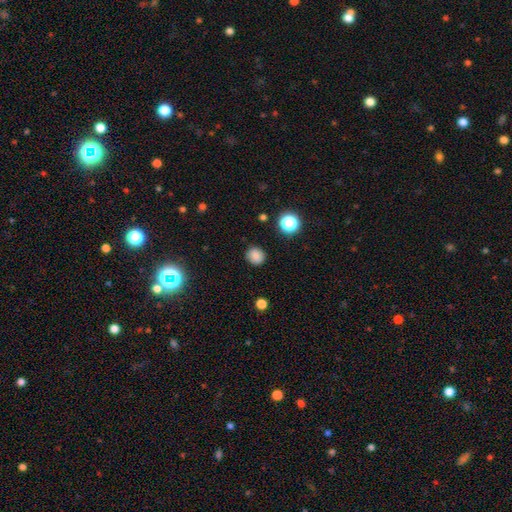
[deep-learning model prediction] A smooth galaxy with no disk features (83%) that is round (82%).

Vote fractions:
- Smooth or featured? smooth: 83% / star or artifact: 13% / featured or disk: 5%
- How rounded? round: 82% / in between: 17% / cigar-shaped: 1%
- Merging? none: 87% / minor disturbance: 9% / major disturbance: 3% / merger: 1%